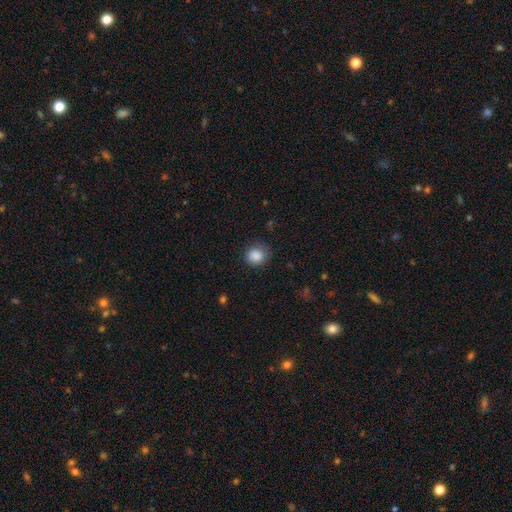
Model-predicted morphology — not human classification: The model was most divided on "merging": none: 75%, minor disturbance: 19%, major disturbance: 5%, merger: 1%. More confident: smooth or featured — smooth (87%); how rounded — round (78%).